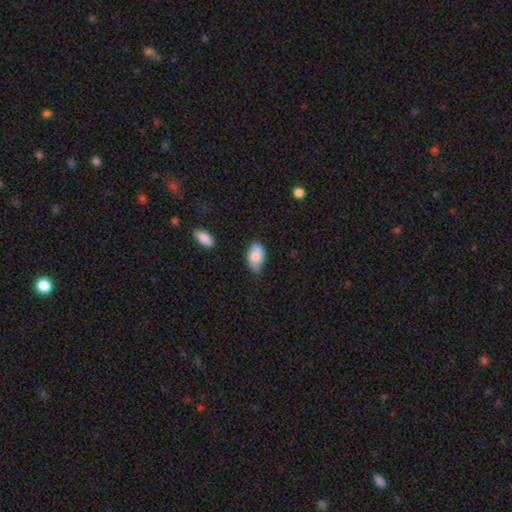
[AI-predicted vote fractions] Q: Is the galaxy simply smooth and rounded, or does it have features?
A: smooth — 77%.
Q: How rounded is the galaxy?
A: in between — 93%.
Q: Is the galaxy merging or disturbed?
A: none — 57%.